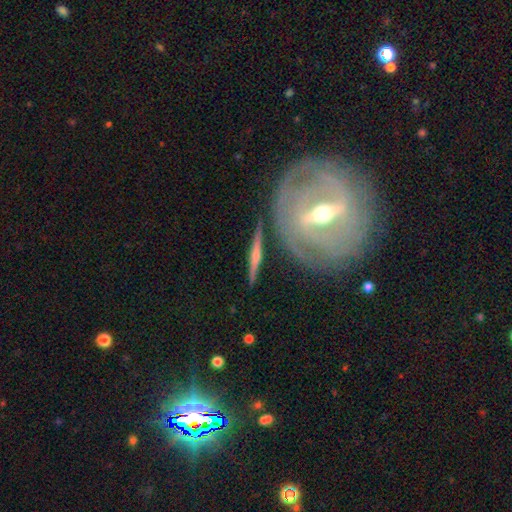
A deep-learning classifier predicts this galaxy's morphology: A featured or disk galaxy (64%) viewed edge-on (91%) with a rounded central bulge (57%).

Vote fractions:
- Smooth or featured? featured or disk: 64% / smooth: 30% / star or artifact: 6%
- Edge-on disk? yes: 91% / no: 9%
- Edge-on bulge? rounded: 57% / none: 30% / boxy: 13%
- Merging? none: 80% / minor disturbance: 11% / merger: 6% / major disturbance: 3%